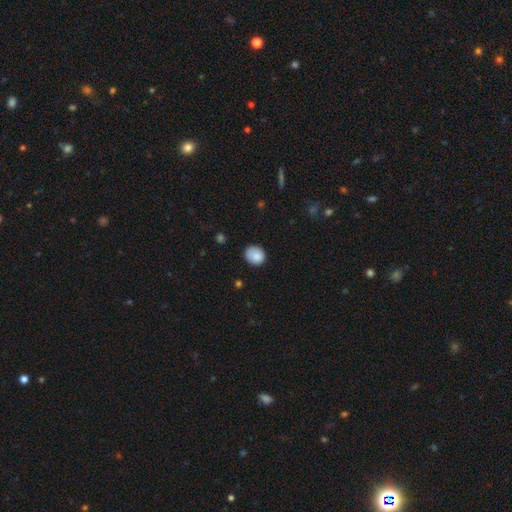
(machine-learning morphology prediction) This is clearly a smooth galaxy (86%). How rounded: likely round (64%). Merging: likely none (74%).